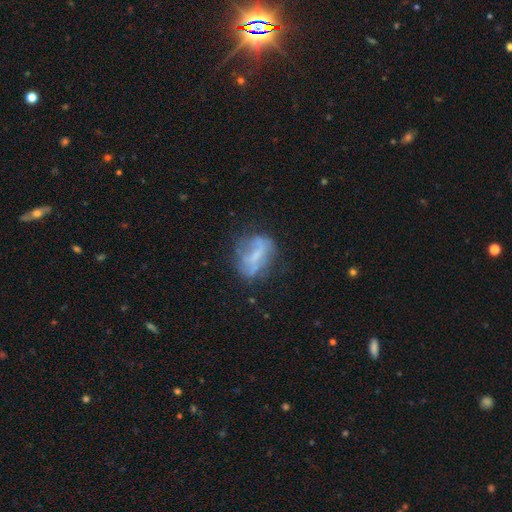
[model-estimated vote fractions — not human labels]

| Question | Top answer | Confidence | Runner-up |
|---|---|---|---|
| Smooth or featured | featured or disk | 54% | smooth (34%) |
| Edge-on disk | no | 94% | yes (6%) |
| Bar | no | 45% | weak (32%) |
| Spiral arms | no | 70% | yes (30%) |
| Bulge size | none | 50% | small (26%) |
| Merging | none | 50% | minor disturbance (25%) |